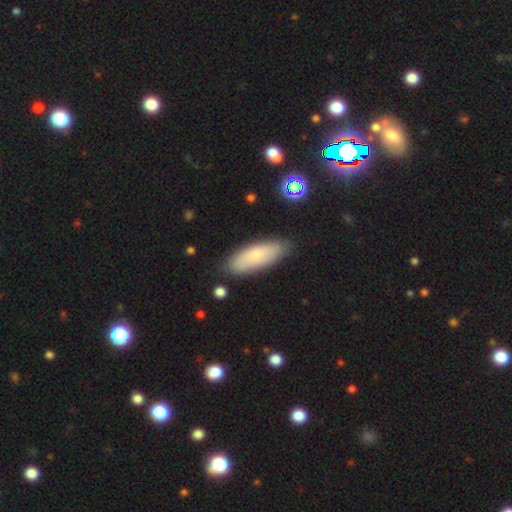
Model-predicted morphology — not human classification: type=smooth (75%); roundness=in between (66%); merging=none (83%).